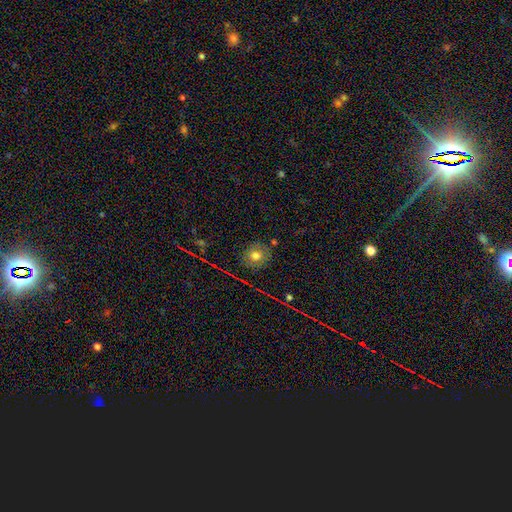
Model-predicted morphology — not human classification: smooth-or-featured: smooth: 73% | star or artifact: 15% | featured or disk: 12%
  how-rounded: round: 77% | in between: 22% | cigar-shaped: 1%
  merging: none: 82% | minor disturbance: 12% | major disturbance: 3% | merger: 3%